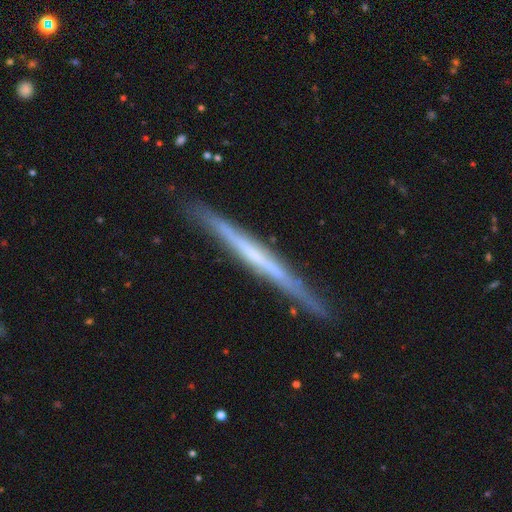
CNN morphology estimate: This is likely a featured or disk galaxy (69%). It is clearly viewed edge-on (97%). Edge-on bulge: likely none (80%). Merging: clearly none (88%).